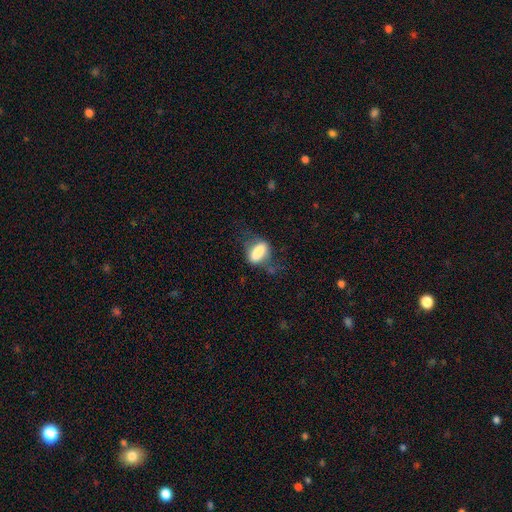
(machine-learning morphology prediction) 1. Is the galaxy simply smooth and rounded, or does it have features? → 74% smooth, 17% featured or disk, 9% star or artifact.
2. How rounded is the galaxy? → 75% in between, 19% cigar-shaped, 6% round.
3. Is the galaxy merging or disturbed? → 48% none, 27% minor disturbance, 20% major disturbance, 4% merger.